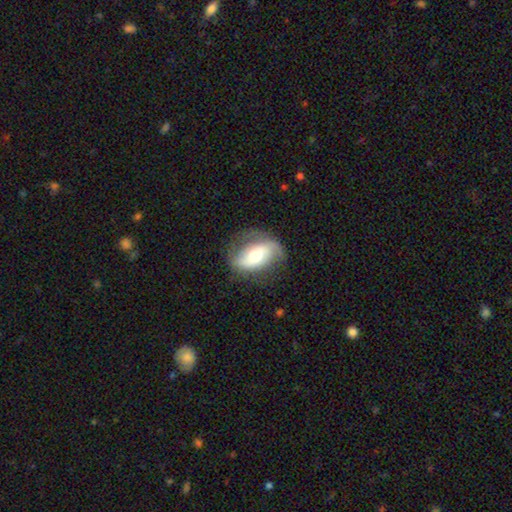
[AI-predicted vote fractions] A featured or disk galaxy (65%) with no bar (38%), spiral arms (80%) and a moderate central bulge (66%).

Vote fractions:
- Smooth or featured? featured or disk: 65% / smooth: 29% / star or artifact: 7%
- Edge-on disk? no: 93% / yes: 7%
- Bar? no: 38% / weak: 33% / strong: 30%
- Spiral arms? yes: 80% / no: 20%
- Bulge size? moderate: 66% / small: 18% / large: 13% / dominant: 2% / none: 1%
- Merging? none: 69% / minor disturbance: 20% / major disturbance: 10% / merger: 1%